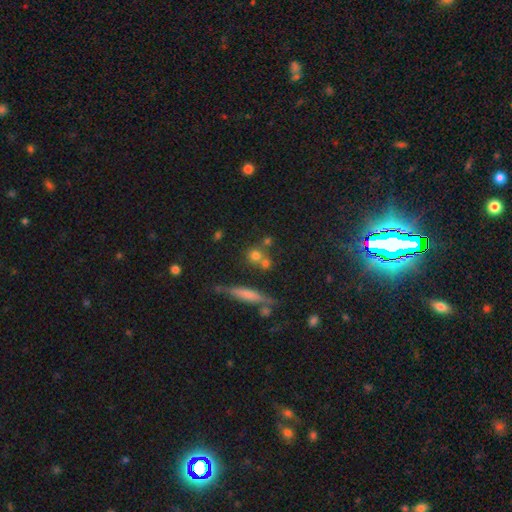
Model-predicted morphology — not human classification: A smooth galaxy with no disk features (66%) that is round (79%). Merging: none (60%).